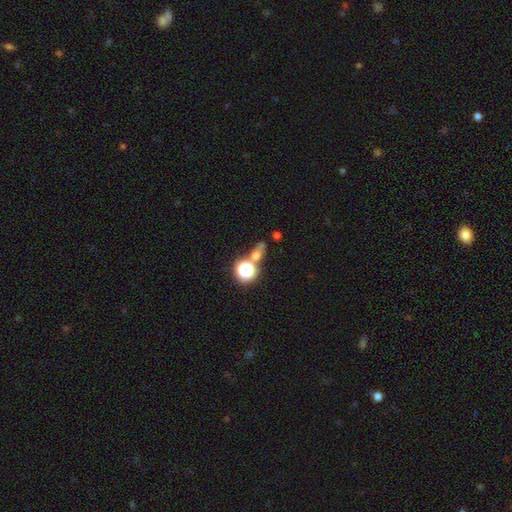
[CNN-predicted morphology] A smooth galaxy with no disk features (49%).

Vote fractions:
- Smooth or featured? smooth: 49% / star or artifact: 33% / featured or disk: 18%
- Merging? none: 56% / merger: 24% / minor disturbance: 12% / major disturbance: 8%